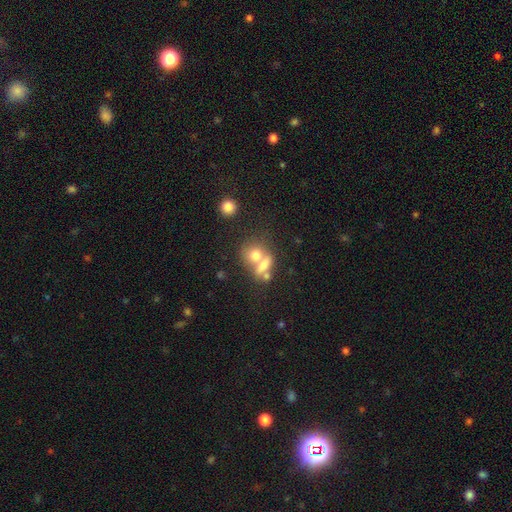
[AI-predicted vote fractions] Smooth or featured?
  - smooth: 68% *
  - featured or disk: 20%
  - star or artifact: 12%
How rounded?
  - round: 51% *
  - in between: 43%
  - cigar-shaped: 6%
Merging?
  - merger: 54% *
  - none: 31%
  - minor disturbance: 9%
  - major disturbance: 7%